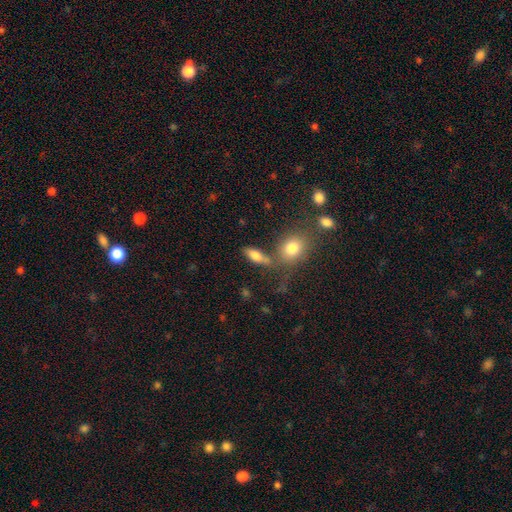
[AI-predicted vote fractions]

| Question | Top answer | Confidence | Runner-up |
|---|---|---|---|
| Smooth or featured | smooth | 76% | featured or disk (14%) |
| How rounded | in between | 74% | cigar-shaped (18%) |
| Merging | none | 57% | merger (22%) |